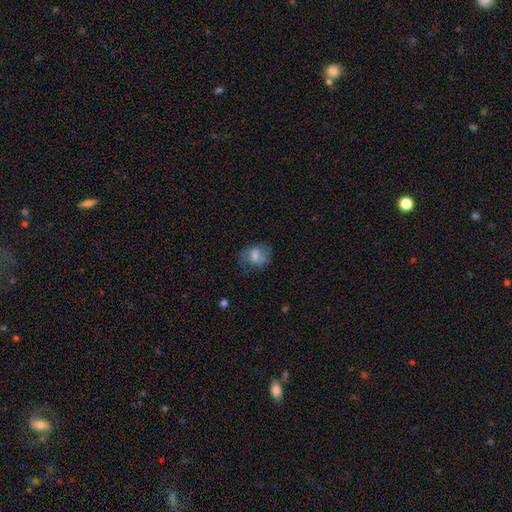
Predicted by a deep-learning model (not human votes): Morphology: type=smooth (65%); roundness=in between (63%); merging=none (56%).